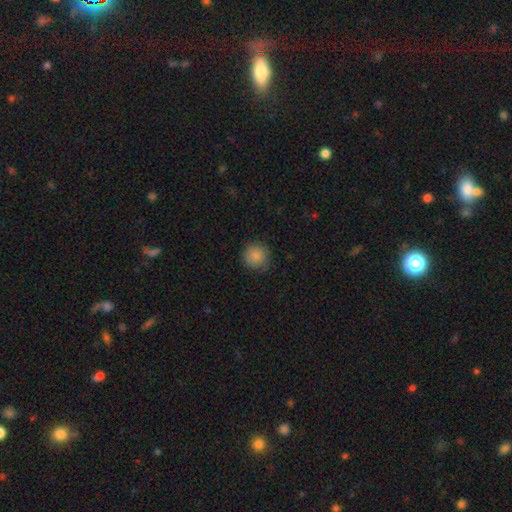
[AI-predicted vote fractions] Morphology: type=smooth (86%); roundness=round (93%); merging=none (82%).